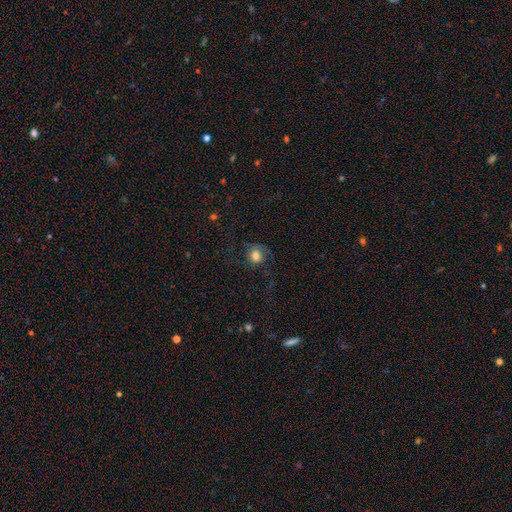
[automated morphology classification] Smooth or featured? smooth (73%)
How rounded? round (82%)
Merging? none (61%)